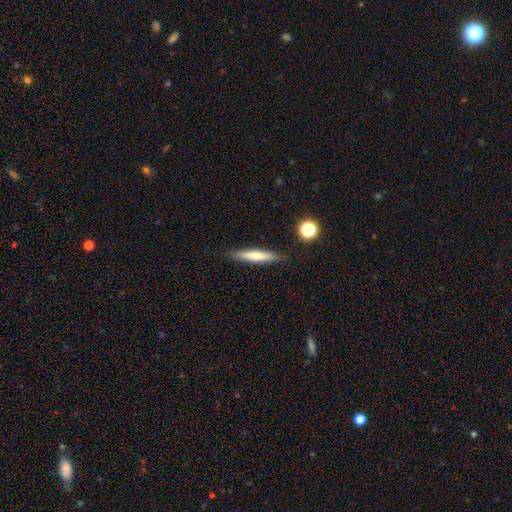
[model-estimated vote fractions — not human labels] This is possibly a smooth galaxy (56%). How rounded: clearly cigar-shaped (90%). Merging: clearly none (88%).